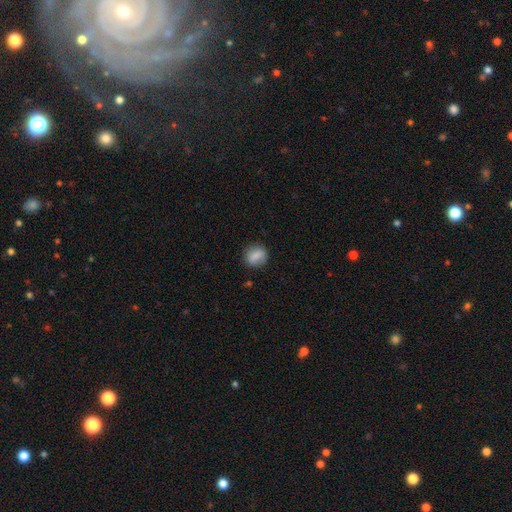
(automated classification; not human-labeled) smooth-or-featured: smooth: 82% | featured or disk: 10% | star or artifact: 8%
  how-rounded: round: 65% | in between: 33% | cigar-shaped: 2%
  merging: none: 82% | minor disturbance: 13% | major disturbance: 3% | merger: 2%